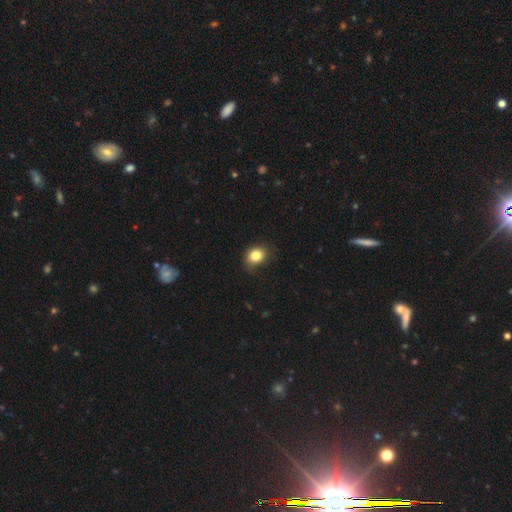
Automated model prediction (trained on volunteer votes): A smooth galaxy with no disk features (83%) that is in between round and cigar-shaped (50%).

Vote fractions:
- Smooth or featured? smooth: 83% / star or artifact: 10% / featured or disk: 7%
- How rounded? in between: 50% / round: 49% / cigar-shaped: 1%
- Merging? none: 78% / minor disturbance: 17% / major disturbance: 3% / merger: 1%